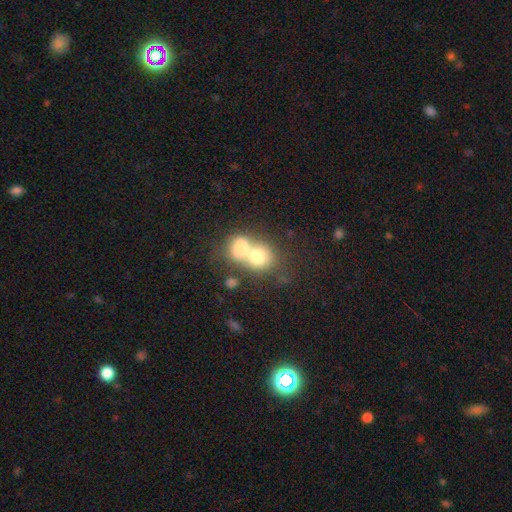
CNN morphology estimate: Smooth or featured: smooth — 68% (featured or disk — 21%)
How rounded: round — 66% (in between — 33%)
Merging: merger — 71% (none — 20%)